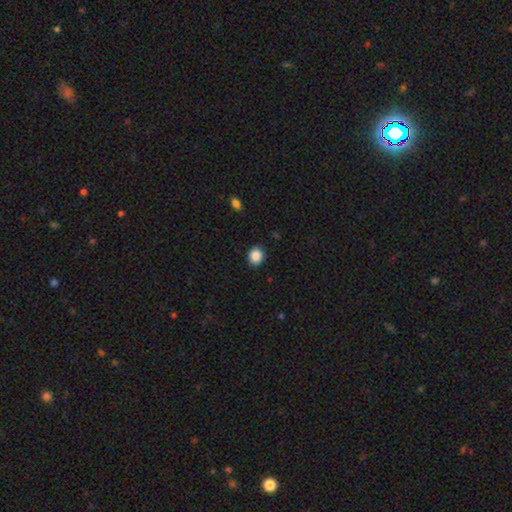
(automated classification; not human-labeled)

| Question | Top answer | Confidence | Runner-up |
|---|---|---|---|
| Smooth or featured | smooth | 88% | star or artifact (9%) |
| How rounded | round | 66% | in between (34%) |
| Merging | none | 89% | minor disturbance (8%) |